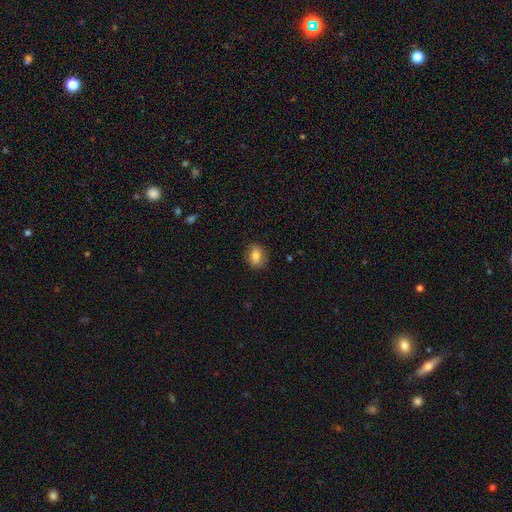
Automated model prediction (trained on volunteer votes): Morphology: type=smooth (77%); roundness=round (55%); merging=none (84%).